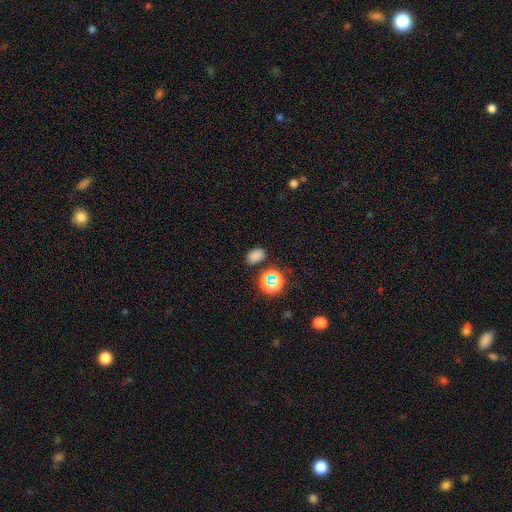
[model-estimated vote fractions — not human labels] Smooth or featured?
  - smooth: 74% *
  - star or artifact: 21%
  - featured or disk: 5%
How rounded?
  - in between: 76% *
  - round: 23%
  - cigar-shaped: 1%
Merging?
  - none: 81% *
  - minor disturbance: 11%
  - merger: 5%
  - major disturbance: 3%